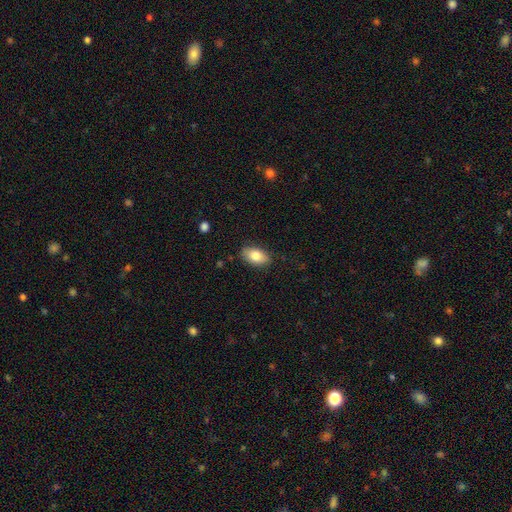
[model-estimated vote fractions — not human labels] Smooth or featured?
  - smooth: 81% *
  - featured or disk: 12%
  - star or artifact: 7%
How rounded?
  - in between: 91% *
  - round: 6%
  - cigar-shaped: 3%
Merging?
  - none: 85% *
  - minor disturbance: 11%
  - major disturbance: 2%
  - merger: 1%